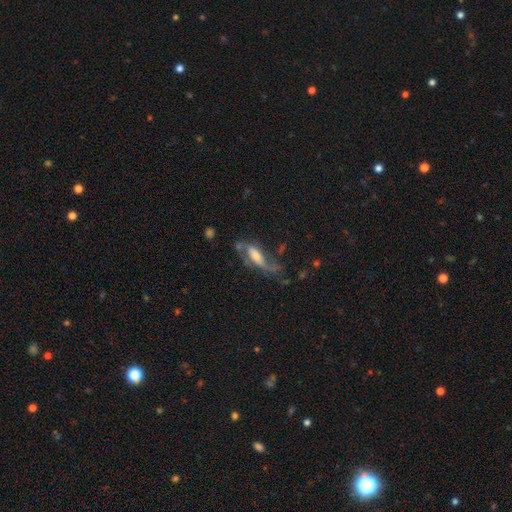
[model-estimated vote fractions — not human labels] A featured or disk galaxy (70%) with no bar (38%), spiral arms (85%) and a moderate central bulge (47%).

Vote fractions:
- Smooth or featured? featured or disk: 70% / smooth: 23% / star or artifact: 8%
- Edge-on disk? no: 82% / yes: 18%
- Bar? no: 38% / weak: 35% / strong: 27%
- Spiral arms? yes: 85% / no: 15%
- Bulge size? moderate: 47% / small: 29% / large: 15% / none: 6% / dominant: 2%
- Merging? none: 41% / major disturbance: 30% / minor disturbance: 23% / merger: 7%